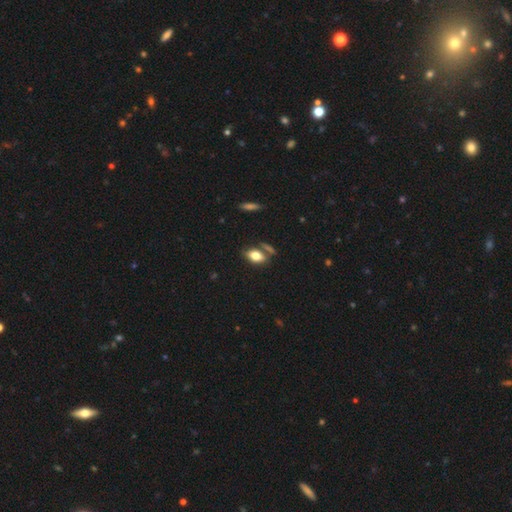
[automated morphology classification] Smooth or featured: smooth — 76% (featured or disk — 15%)
How rounded: in between — 86% (round — 9%)
Merging: none — 68% (merger — 14%)